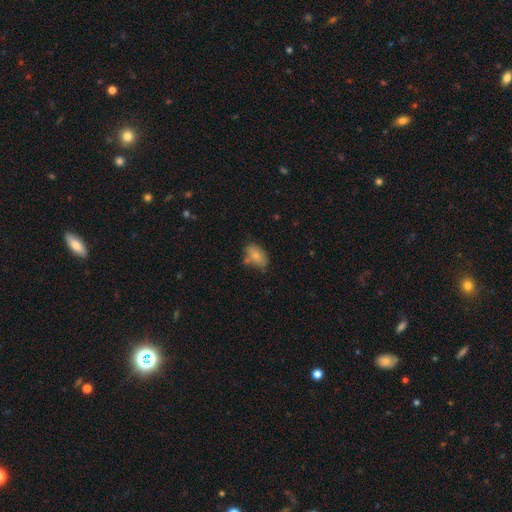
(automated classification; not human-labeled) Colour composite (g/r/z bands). It shows a smooth galaxy with no disk features (78%) that is in between round and cigar-shaped (90%). Merging: none (60%).